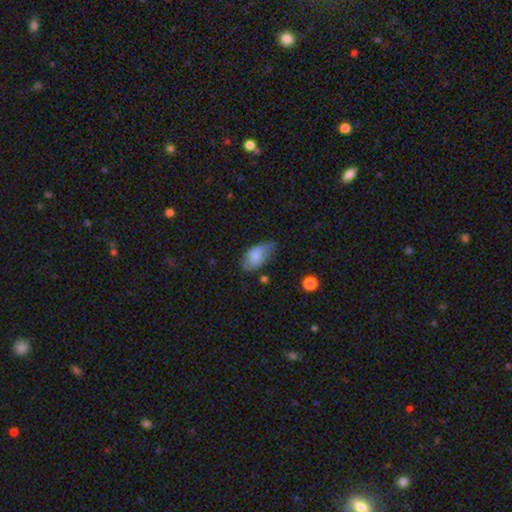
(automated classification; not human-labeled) This is likely a smooth galaxy (73%). How rounded: clearly in between (92%). Merging: marginally none (42%).